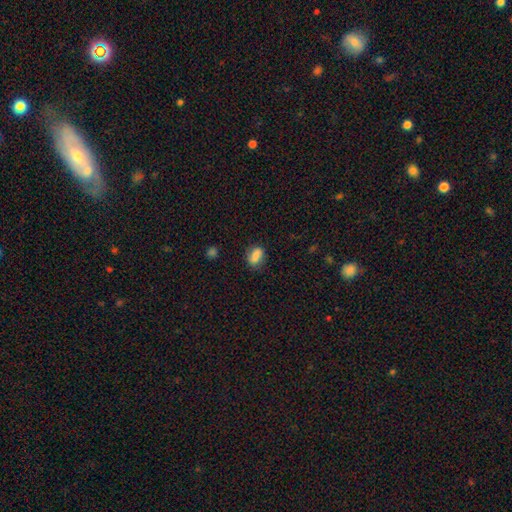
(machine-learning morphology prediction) A smooth galaxy with no disk features (80%) that is in between round and cigar-shaped (74%).

Vote fractions:
- Smooth or featured? smooth: 80% / featured or disk: 11% / star or artifact: 9%
- How rounded? in between: 74% / round: 18% / cigar-shaped: 7%
- Merging? none: 76% / minor disturbance: 17% / major disturbance: 5% / merger: 3%